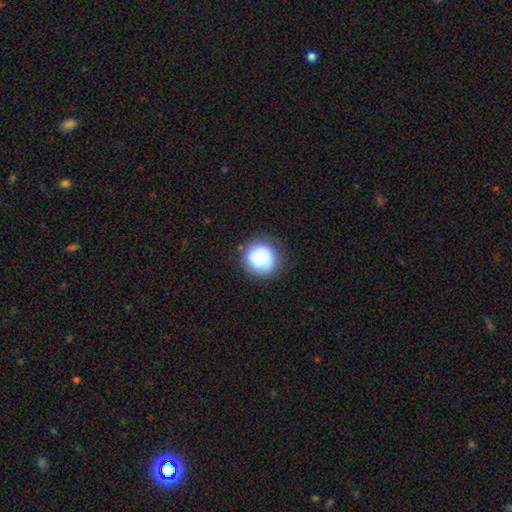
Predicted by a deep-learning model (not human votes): Smooth or featured? Predicted: smooth (p=0.79). How rounded? Predicted: round (p=0.92). Merging? Predicted: none (p=0.81).